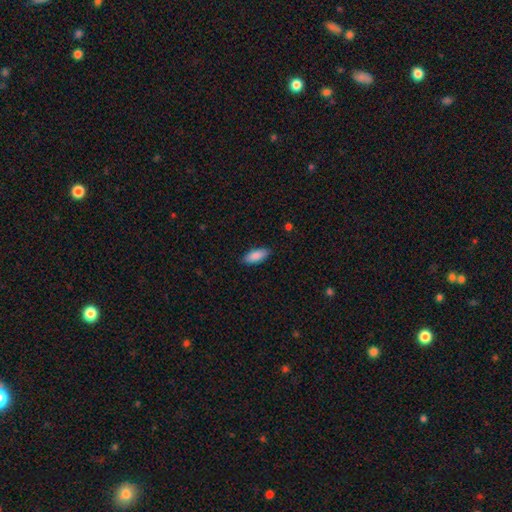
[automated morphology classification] smooth_or_featured: smooth (p=0.88) [alt: featured or disk p=0.06]
how_rounded: in between (p=0.78) [alt: cigar-shaped p=0.21]
merging: none (p=0.87) [alt: minor disturbance p=0.10]